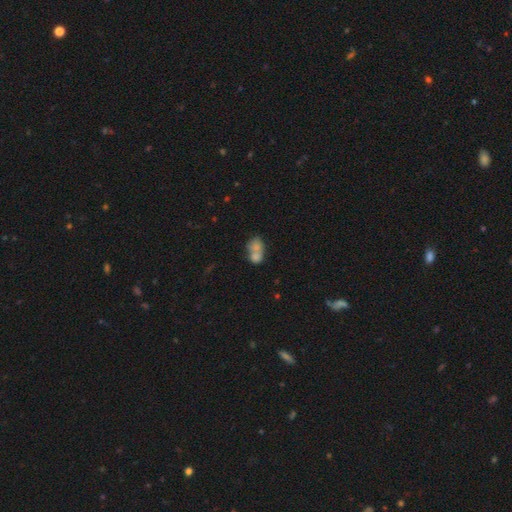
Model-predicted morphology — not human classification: Q: Smooth or featured?
A: smooth (73%); runner-up: featured or disk (17%)
Q: How rounded?
A: in between (61%); runner-up: round (37%)
Q: Merging?
A: merger (69%); runner-up: none (20%)